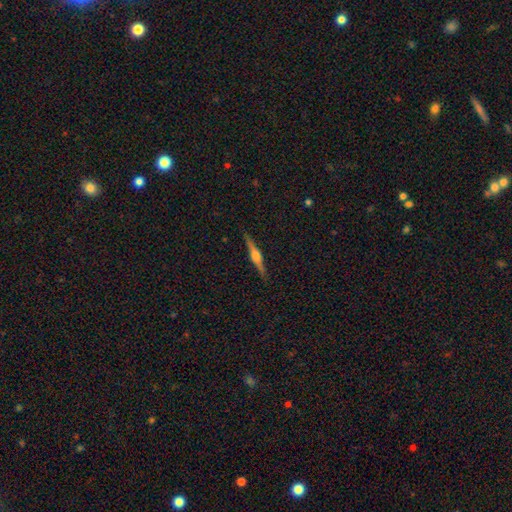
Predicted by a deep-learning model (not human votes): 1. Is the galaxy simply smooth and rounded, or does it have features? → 79% featured or disk, 15% smooth, 6% star or artifact.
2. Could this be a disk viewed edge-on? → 98% yes, 2% no.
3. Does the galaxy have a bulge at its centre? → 89% rounded, 8% boxy, 3% none.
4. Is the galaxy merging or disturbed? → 91% none, 6% minor disturbance, 1% major disturbance, 1% merger.